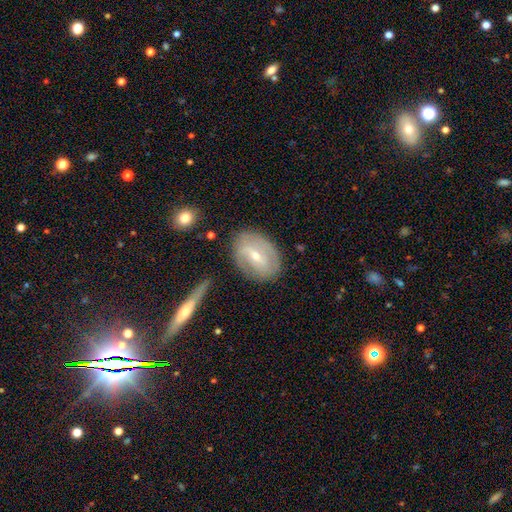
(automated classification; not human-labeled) Smooth or featured? featured or disk (65%)
Edge-on disk? no (89%)
Bar? weak (40%)
Spiral arms? yes (59%)
Bulge size? small (58%)
Merging? none (76%)